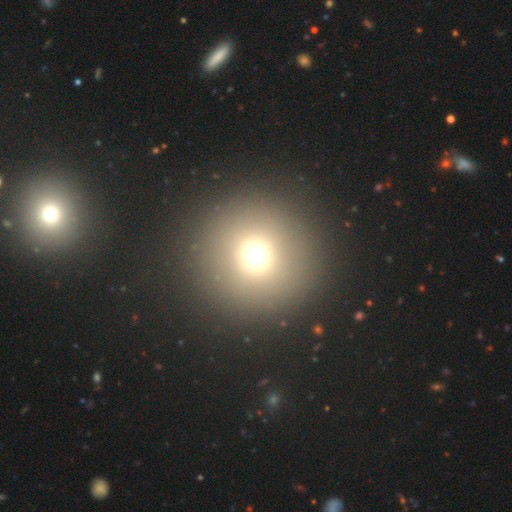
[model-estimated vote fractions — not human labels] Smooth or featured? Predicted: smooth (p=0.68). How rounded? Predicted: round (p=0.95). Merging? Predicted: none (p=0.89).